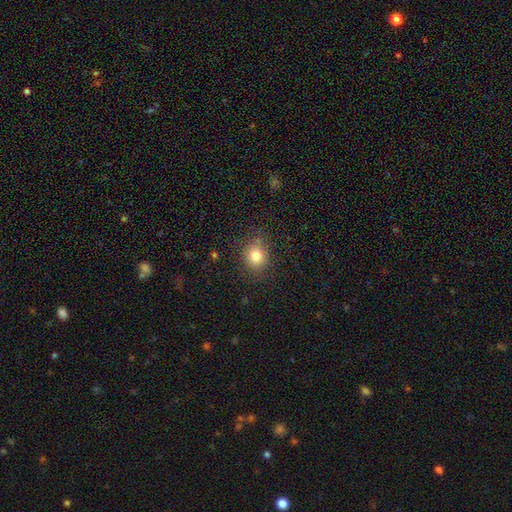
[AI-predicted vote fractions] Q: Smooth or featured?
A: smooth (80%); runner-up: star or artifact (12%)
Q: How rounded?
A: round (73%); runner-up: in between (26%)
Q: Merging?
A: none (78%); runner-up: minor disturbance (15%)